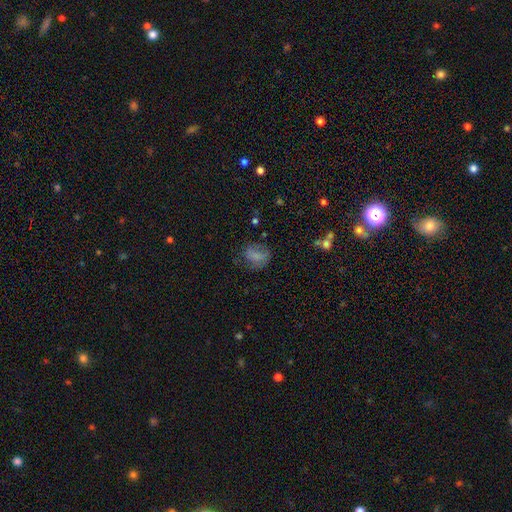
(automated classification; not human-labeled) Morphology: type=smooth (69%); roundness=round (61%); merging=none (56%).